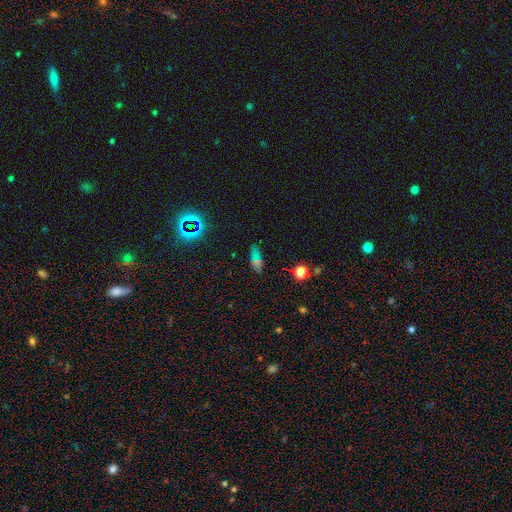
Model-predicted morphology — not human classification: Smooth or featured? Predicted: smooth (p=0.52). How rounded? Predicted: in between (p=0.59). Merging? Predicted: none (p=0.70).